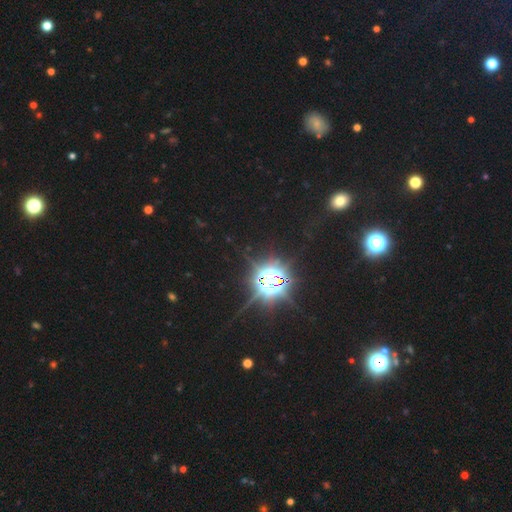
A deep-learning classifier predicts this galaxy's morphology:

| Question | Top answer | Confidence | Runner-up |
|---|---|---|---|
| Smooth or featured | star or artifact | 80% | smooth (14%) |